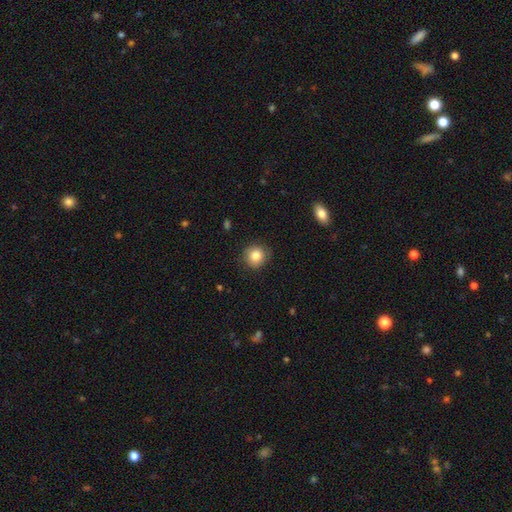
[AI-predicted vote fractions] Smooth or featured?
  - smooth: 83% *
  - star or artifact: 10%
  - featured or disk: 7%
How rounded?
  - round: 89% *
  - in between: 10%
  - cigar-shaped: 1%
Merging?
  - none: 86% *
  - minor disturbance: 10%
  - major disturbance: 2%
  - merger: 1%